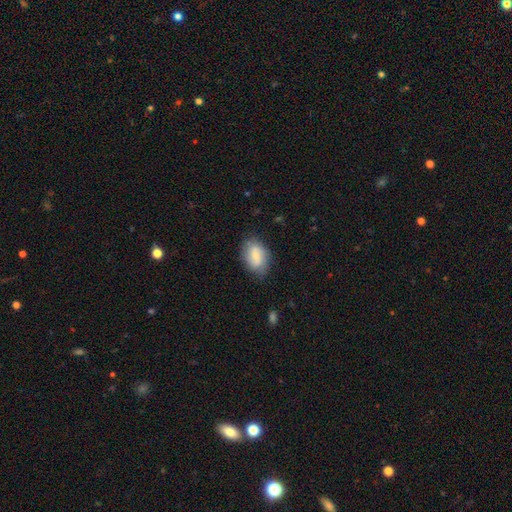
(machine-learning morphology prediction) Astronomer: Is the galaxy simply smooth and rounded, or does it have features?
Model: smooth — 69%.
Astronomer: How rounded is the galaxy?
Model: in between — 86%.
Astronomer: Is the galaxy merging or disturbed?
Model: none — 75%.